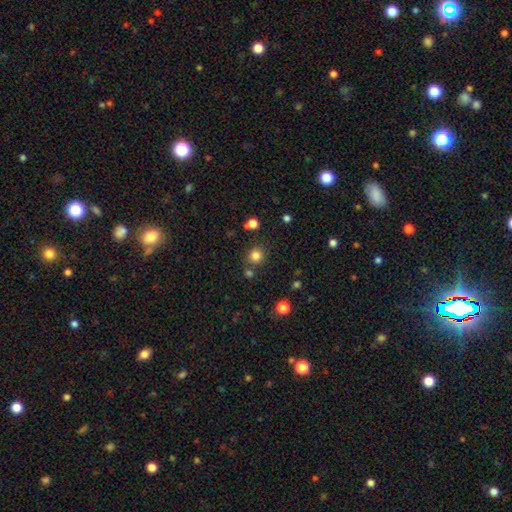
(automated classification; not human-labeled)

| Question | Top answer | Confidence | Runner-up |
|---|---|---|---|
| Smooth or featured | smooth | 81% | star or artifact (13%) |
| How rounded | round | 88% | in between (11%) |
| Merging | none | 79% | merger (9%) |